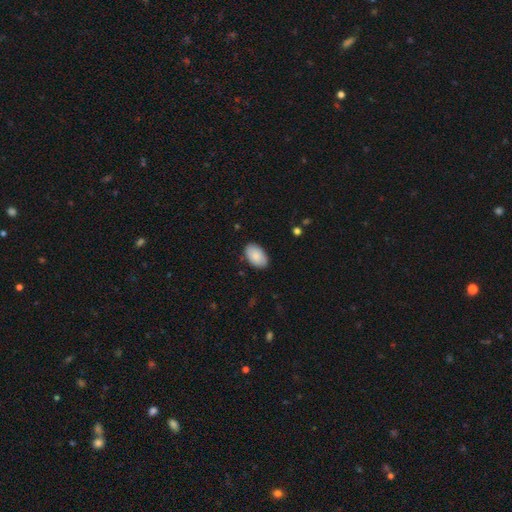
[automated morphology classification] This is clearly a smooth galaxy (88%). How rounded: clearly in between (94%). Merging: clearly none (85%).